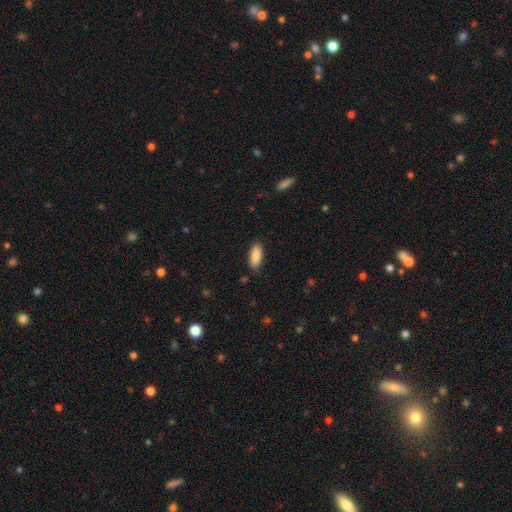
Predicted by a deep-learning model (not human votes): A smooth galaxy with no disk features (89%) that is in between round and cigar-shaped (81%). Merging: none (86%).